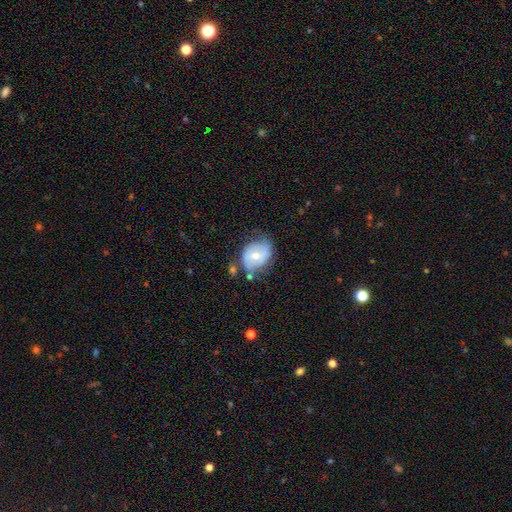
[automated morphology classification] Smooth or featured? Predicted: smooth (p=0.47). Merging? Predicted: none (p=0.51).